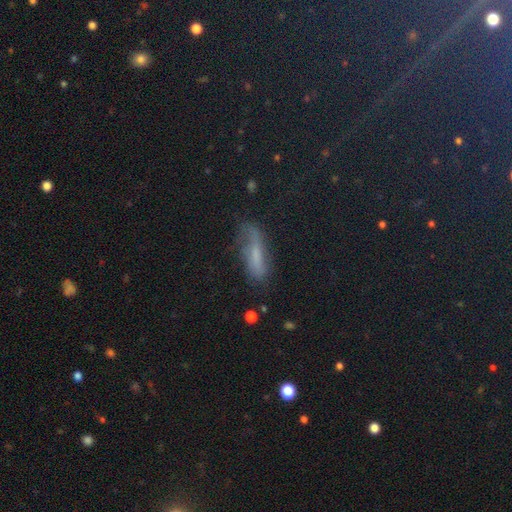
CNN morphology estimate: Smooth or featured: smooth — 49% (featured or disk — 31%)
Merging: none — 55% (minor disturbance — 29%)